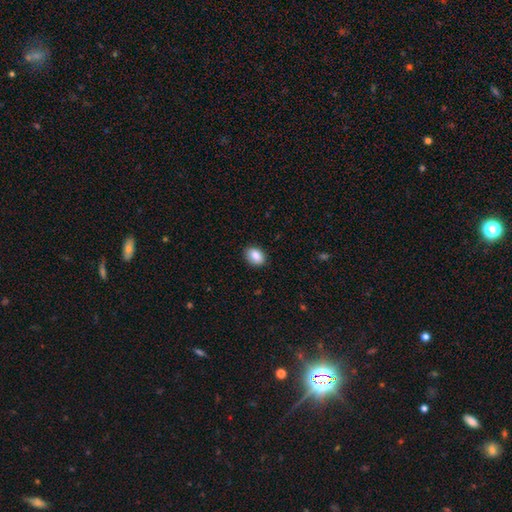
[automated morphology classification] A smooth galaxy with no disk features (89%) that is in between round and cigar-shaped (78%). Merging: none (88%).